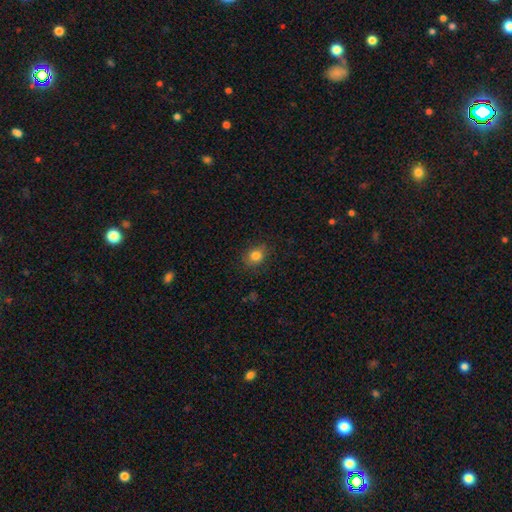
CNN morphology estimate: Overall: smooth (83%). How rounded: round (63%; in between 36%). Merging: none (82%).